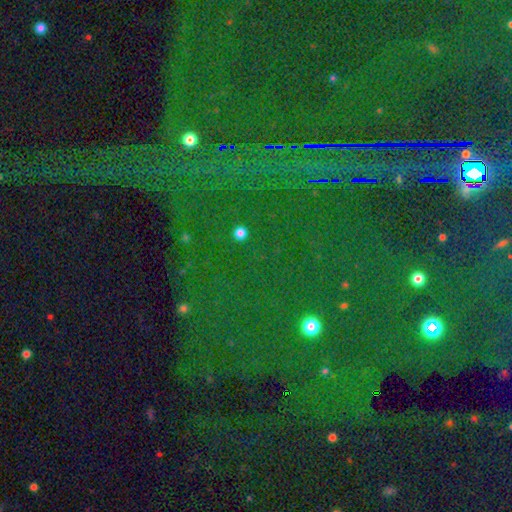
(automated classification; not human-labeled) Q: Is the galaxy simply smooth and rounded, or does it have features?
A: star or artifact — 87%.